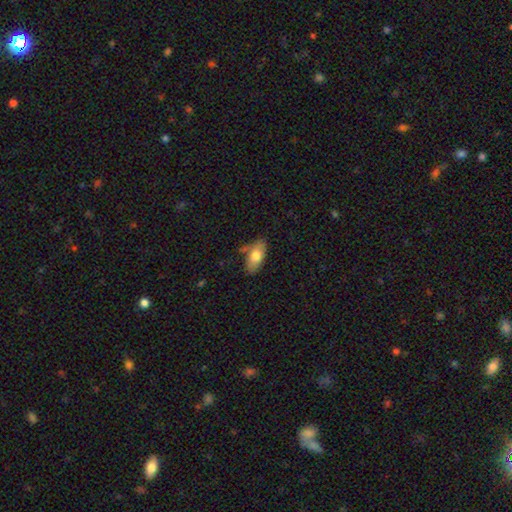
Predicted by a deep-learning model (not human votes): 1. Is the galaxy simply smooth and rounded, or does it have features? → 73% smooth, 20% featured or disk, 7% star or artifact.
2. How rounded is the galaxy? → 89% in between, 6% cigar-shaped, 4% round.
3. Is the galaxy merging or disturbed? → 63% none, 24% minor disturbance, 7% merger, 6% major disturbance.